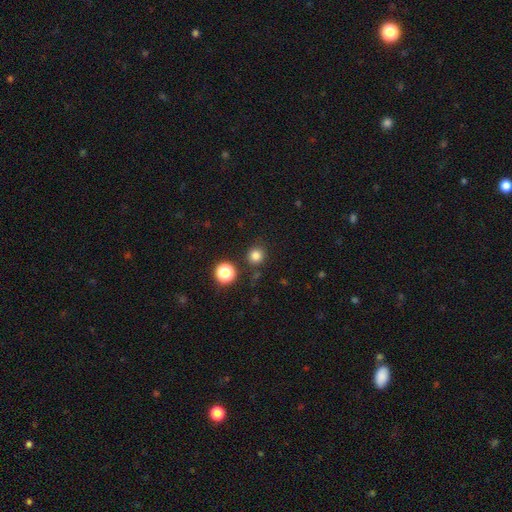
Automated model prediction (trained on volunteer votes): The model was most divided on "smooth or featured": smooth: 80%, star or artifact: 15%, featured or disk: 5%. More confident: how rounded — round (92%); merging — none (87%).